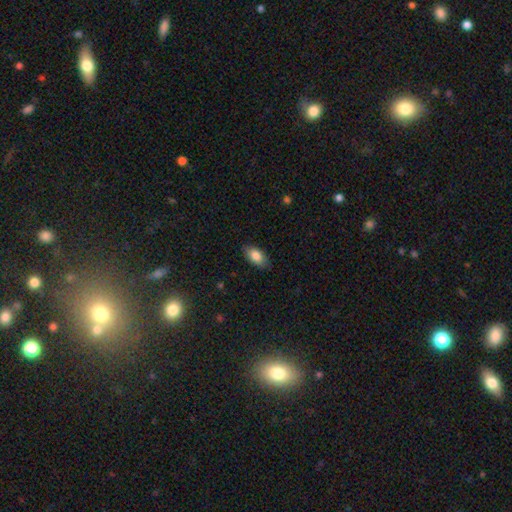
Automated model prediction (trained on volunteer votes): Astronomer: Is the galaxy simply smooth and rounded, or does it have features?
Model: smooth — 84%.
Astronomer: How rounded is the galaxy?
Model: in between — 92%.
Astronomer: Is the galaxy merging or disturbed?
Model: none — 85%.